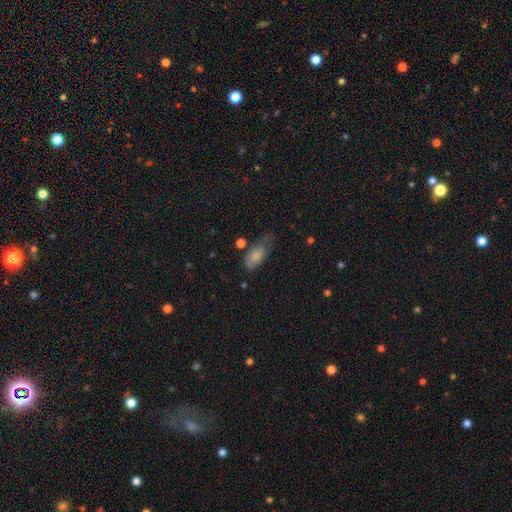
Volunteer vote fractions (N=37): Smooth or featured: smooth — 92% (star or artifact — 5%)
How rounded: in between — 94% (cigar-shaped — 6%)
Merging: minor disturbance — 37% (none — 34%)